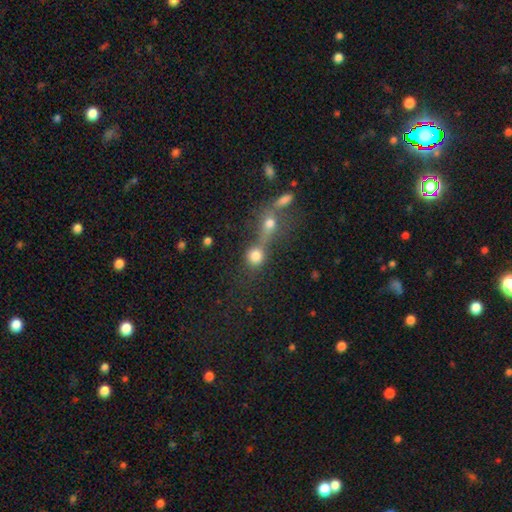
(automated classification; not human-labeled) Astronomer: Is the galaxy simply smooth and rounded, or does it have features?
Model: smooth — 78%.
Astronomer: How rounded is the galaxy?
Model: round — 80%.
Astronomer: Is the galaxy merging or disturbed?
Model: merger — 53% (runner-up: none, 32%).